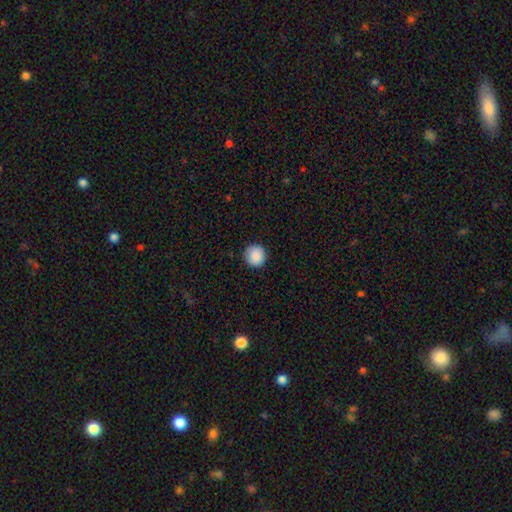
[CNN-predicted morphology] Q: Smooth or featured?
A: smooth (89%); runner-up: star or artifact (8%)
Q: How rounded?
A: round (95%); runner-up: in between (4%)
Q: Merging?
A: none (90%); runner-up: minor disturbance (7%)